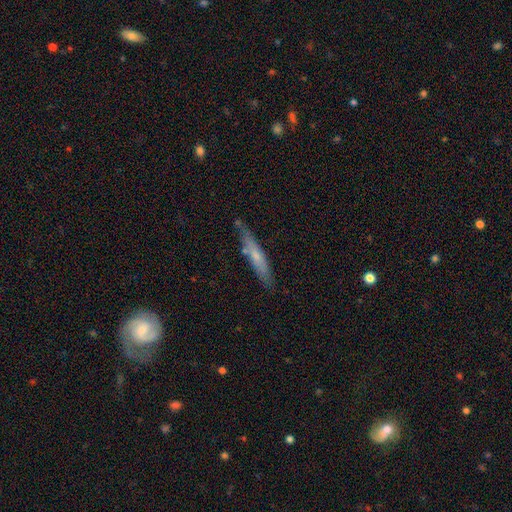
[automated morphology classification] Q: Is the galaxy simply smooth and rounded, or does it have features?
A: smooth — 52%.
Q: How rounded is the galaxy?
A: cigar-shaped — 91%.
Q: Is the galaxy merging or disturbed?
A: none — 78%.